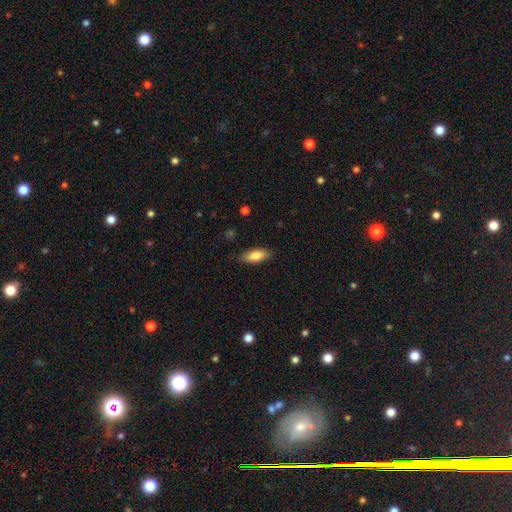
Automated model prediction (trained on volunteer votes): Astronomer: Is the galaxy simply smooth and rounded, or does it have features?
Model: smooth — 81%.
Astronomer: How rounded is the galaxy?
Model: in between — 75%.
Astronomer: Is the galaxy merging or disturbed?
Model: none — 86%.